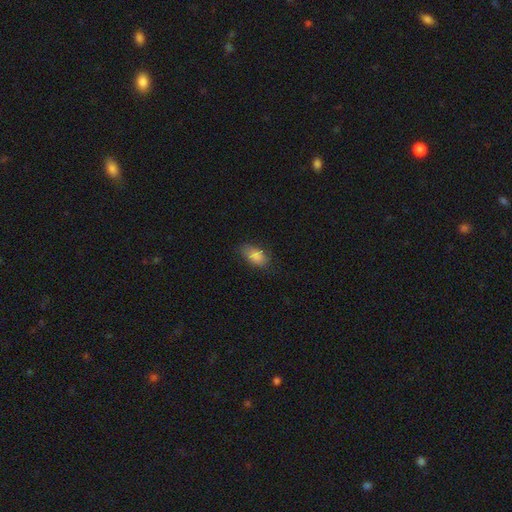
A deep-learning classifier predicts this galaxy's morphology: A smooth galaxy with no disk features (83%) that is in between round and cigar-shaped (89%).

Vote fractions:
- Smooth or featured? smooth: 83% / star or artifact: 8% / featured or disk: 8%
- How rounded? in between: 89% / round: 7% / cigar-shaped: 3%
- Merging? none: 72% / minor disturbance: 22% / major disturbance: 5% / merger: 1%